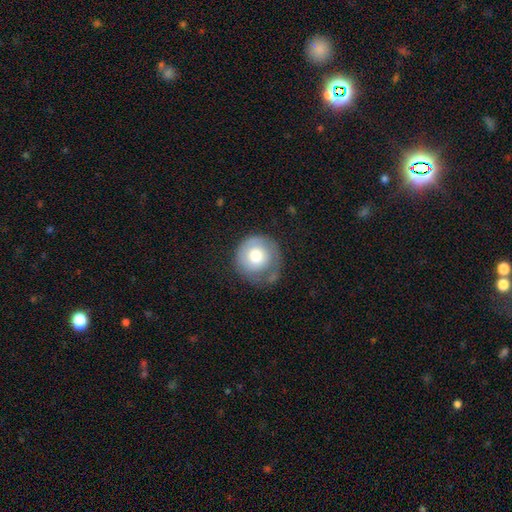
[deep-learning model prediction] Morphology: type=smooth (69%); roundness=round (92%); merging=none (50%).